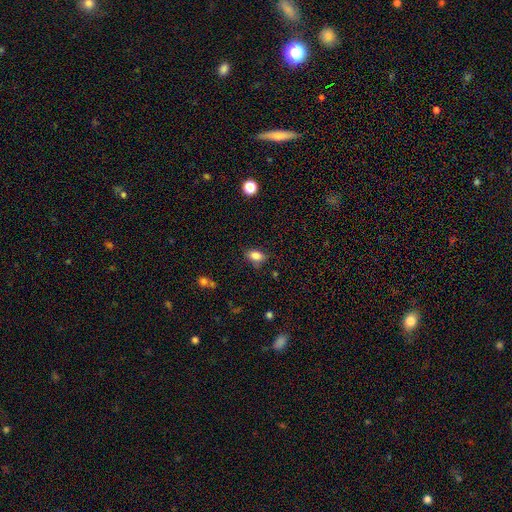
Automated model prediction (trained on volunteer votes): The model was most divided on "merging": none: 76%, minor disturbance: 18%, major disturbance: 4%, merger: 2%. More confident: how rounded — in between (85%); smooth or featured — smooth (84%).